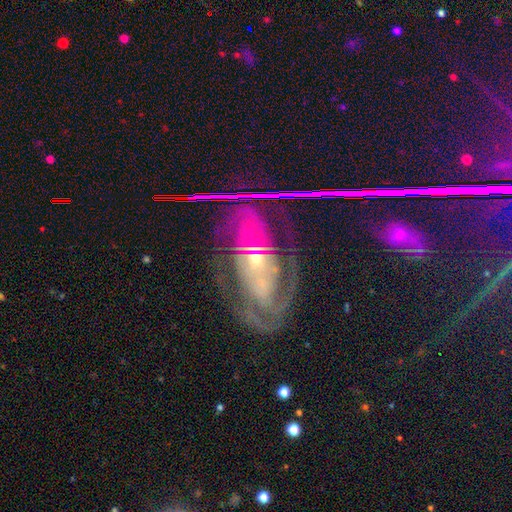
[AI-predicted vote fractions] Smooth or featured: featured or disk — 82% (star or artifact — 10%)
Edge-on disk: no — 96% (yes — 4%)
Bar: no — 40% (weak — 32%)
Spiral arms: yes — 92% (no — 8%)
Spiral winding: tight — 45% (medium — 42%)
Spiral arm count: 2 — 65% (can't tell — 13%)
Bulge size: small — 58% (moderate — 33%)
Merging: none — 68% (minor disturbance — 16%)